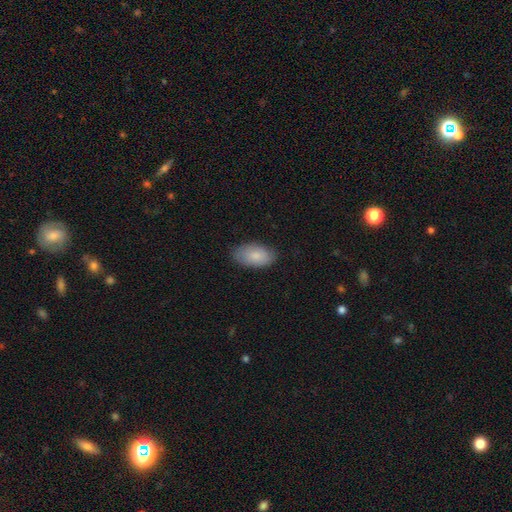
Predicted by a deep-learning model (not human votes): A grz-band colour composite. It shows a smooth galaxy with no disk features (83%) that is in between round and cigar-shaped (94%). Merging: none (81%).